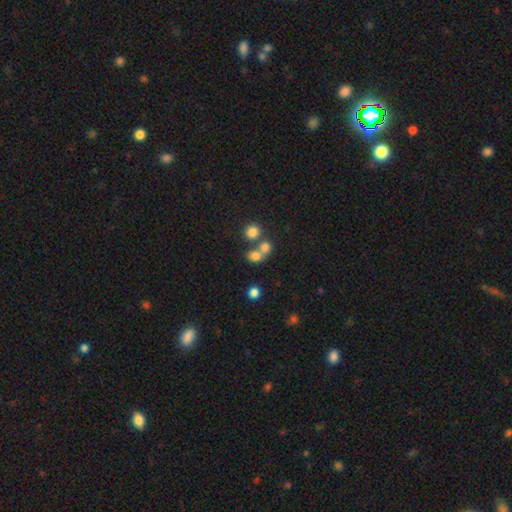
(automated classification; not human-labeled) A smooth galaxy with no disk features (74%) that is round (71%). Merging: merger (45%).